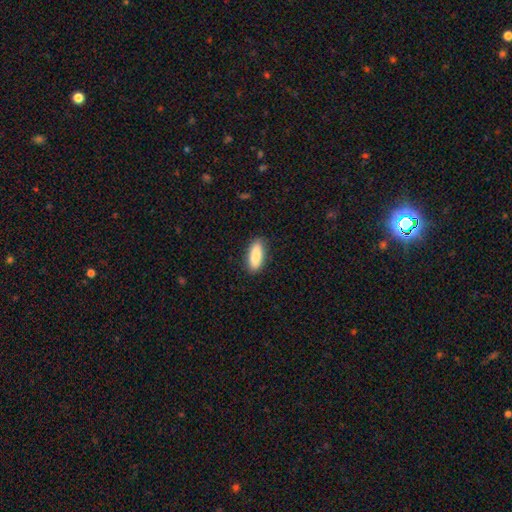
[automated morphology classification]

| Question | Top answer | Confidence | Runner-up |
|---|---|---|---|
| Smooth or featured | smooth | 88% | featured or disk (7%) |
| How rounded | in between | 64% | cigar-shaped (34%) |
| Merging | none | 87% | minor disturbance (10%) |